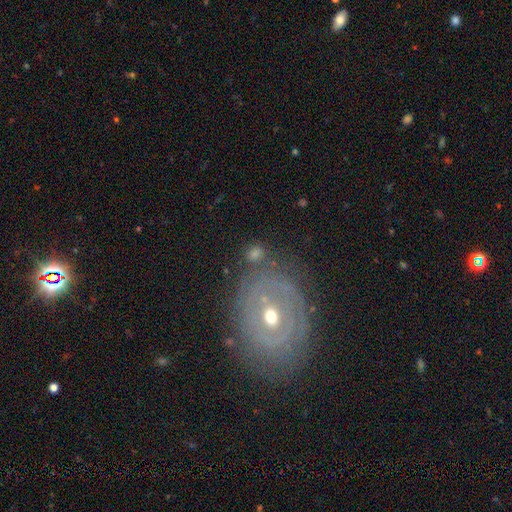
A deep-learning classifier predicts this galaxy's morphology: Smooth or featured? Predicted: featured or disk (p=0.49). Merging? Predicted: none (p=0.68).